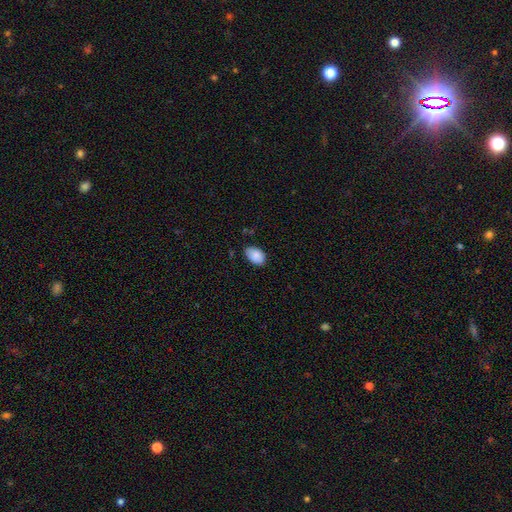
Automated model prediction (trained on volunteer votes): Smooth or featured? Predicted: smooth (p=0.88). How rounded? Predicted: in between (p=0.90). Merging? Predicted: none (p=0.78).